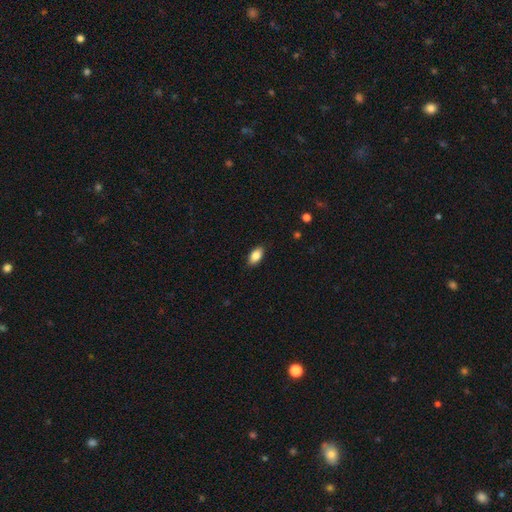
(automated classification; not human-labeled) A smooth galaxy with no disk features (86%) that is in between round and cigar-shaped (92%).

Vote fractions:
- Smooth or featured? smooth: 86% / star or artifact: 7% / featured or disk: 7%
- How rounded? in between: 92% / cigar-shaped: 4% / round: 4%
- Merging? none: 87% / minor disturbance: 10% / major disturbance: 2% / merger: 1%